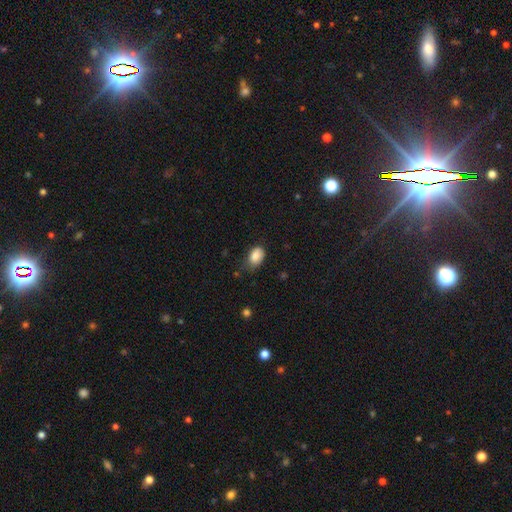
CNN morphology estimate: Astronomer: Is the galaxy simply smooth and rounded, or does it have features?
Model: smooth — 86%.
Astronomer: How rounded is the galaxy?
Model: in between — 87%.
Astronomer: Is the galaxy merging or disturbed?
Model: none — 62%.